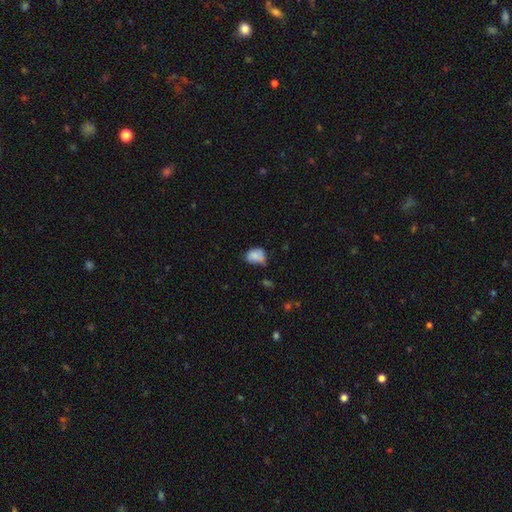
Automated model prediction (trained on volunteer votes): Smooth or featured? smooth (80%)
How rounded? in between (62%)
Merging? none (46%)